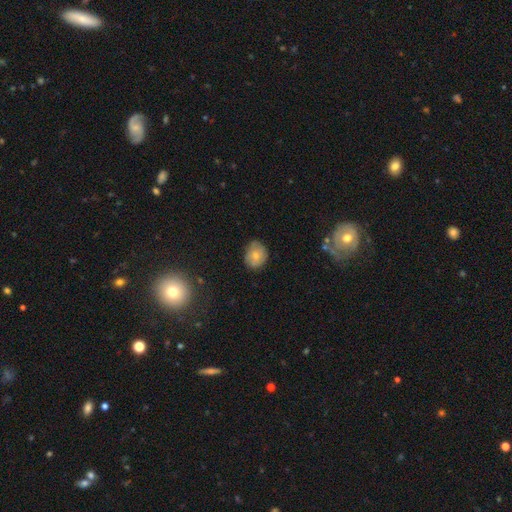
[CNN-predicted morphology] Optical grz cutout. It shows a smooth galaxy with no disk features (69%) that is round (62%). Merging: none (74%).